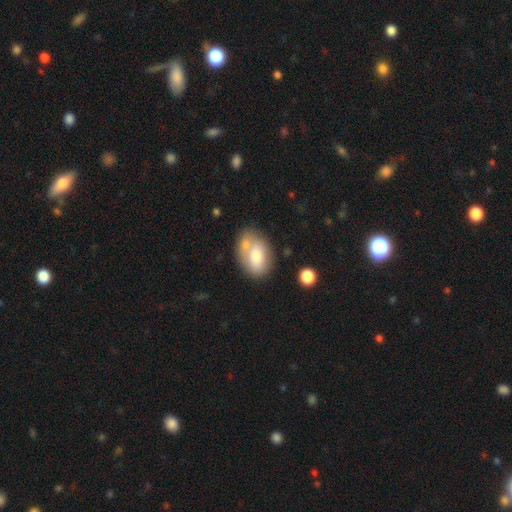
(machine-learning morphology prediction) smooth-or-featured: smooth: 72% | featured or disk: 21% | star or artifact: 7%
  how-rounded: in between: 85% | round: 14% | cigar-shaped: 1%
  merging: none: 46% | merger: 28% | minor disturbance: 19% | major disturbance: 7%